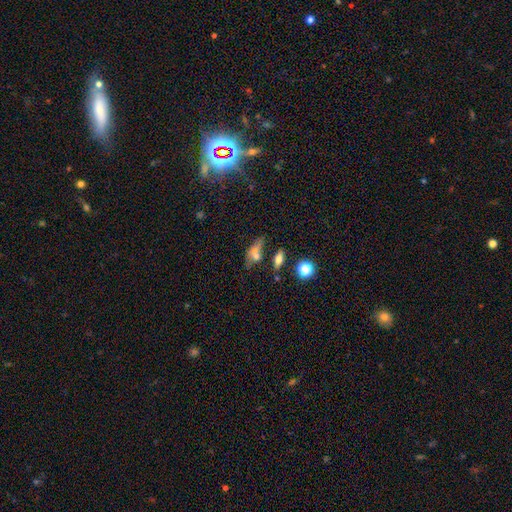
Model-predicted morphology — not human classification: smooth_or_featured: smooth (p=0.50) [alt: featured or disk p=0.29]
how_rounded: in between (p=0.55) [alt: cigar-shaped p=0.32]
merging: none (p=0.47) [alt: merger p=0.27]